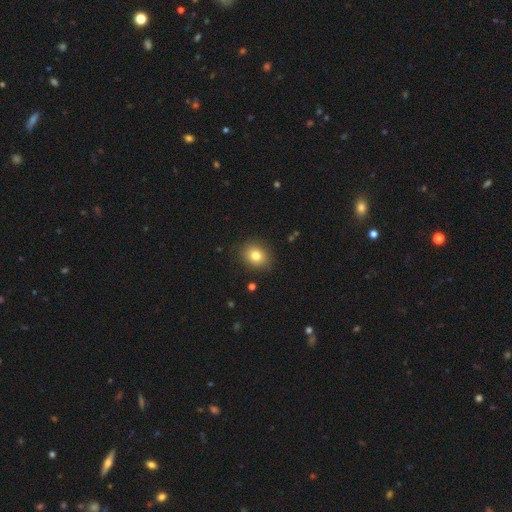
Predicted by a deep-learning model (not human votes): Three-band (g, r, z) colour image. It shows a smooth galaxy with no disk features (80%) that is round (64%). Merging: none (87%).